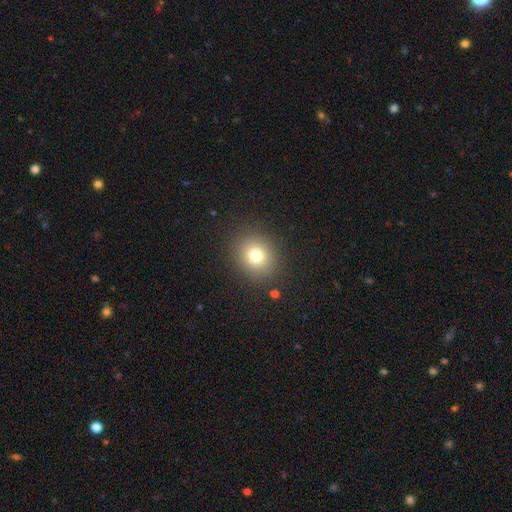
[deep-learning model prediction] Smooth or featured? Predicted: smooth (p=0.75). How rounded? Predicted: round (p=0.80). Merging? Predicted: none (p=0.88).